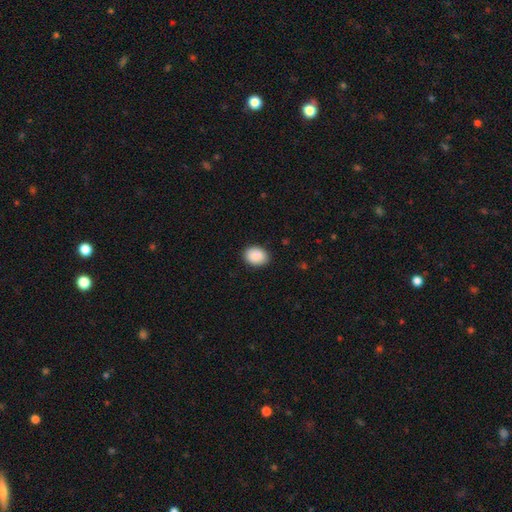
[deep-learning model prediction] Q: Smooth or featured?
A: smooth (90%); runner-up: star or artifact (7%)
Q: How rounded?
A: in between (63%); runner-up: round (36%)
Q: Merging?
A: none (88%); runner-up: minor disturbance (9%)